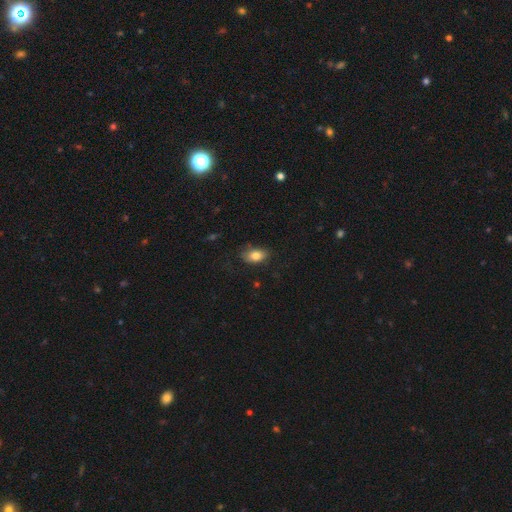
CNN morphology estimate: A smooth galaxy with no disk features (82%) that is in between round and cigar-shaped (88%). Merging: none (72%).